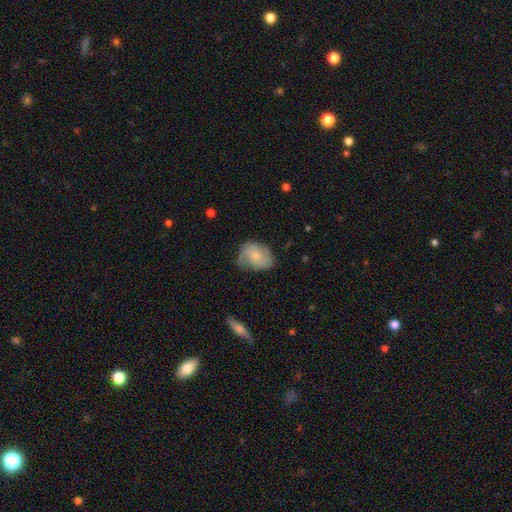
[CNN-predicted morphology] smooth-or-featured: featured or disk: 51% | smooth: 41% | star or artifact: 7%
  disk-edge-on: no: 97% | yes: 3%
  merging: none: 57% | minor disturbance: 29% | major disturbance: 12% | merger: 2%